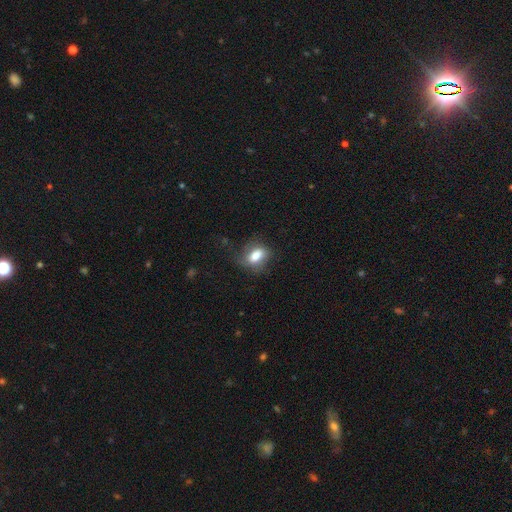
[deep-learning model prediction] Smooth or featured? Predicted: smooth (p=0.76). How rounded? Predicted: in between (p=0.81). Merging? Predicted: none (p=0.59).